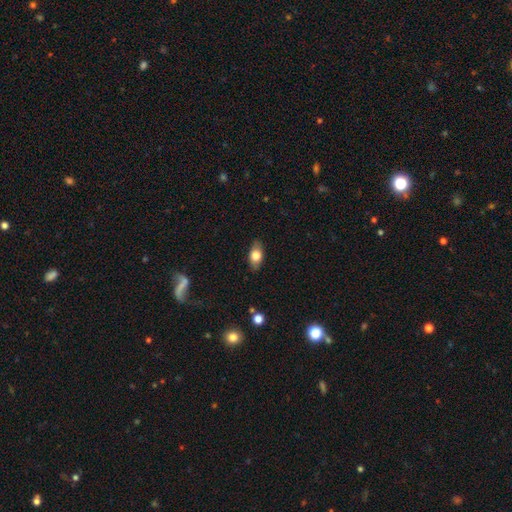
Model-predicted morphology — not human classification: Q: Smooth or featured?
A: smooth (73%); runner-up: featured or disk (20%)
Q: How rounded?
A: in between (86%); runner-up: round (7%)
Q: Merging?
A: none (85%); runner-up: minor disturbance (12%)